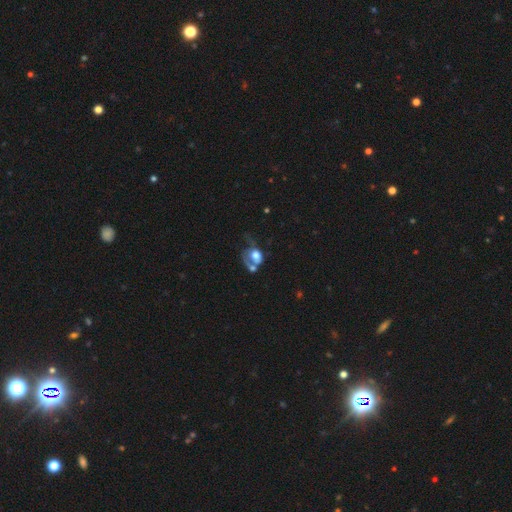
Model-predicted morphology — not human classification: Smooth or featured? smooth (49%)
Merging? major disturbance (36%)